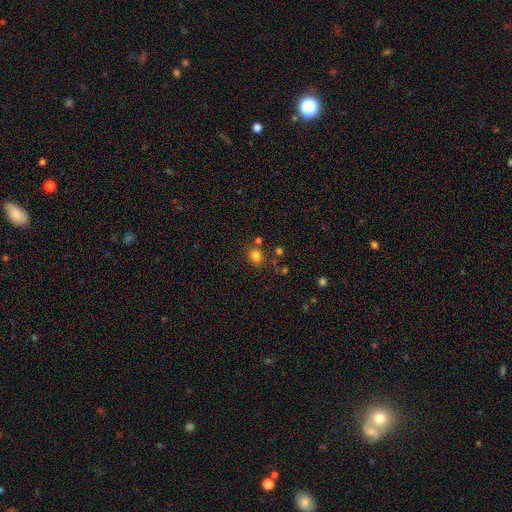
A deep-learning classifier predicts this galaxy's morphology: Smooth or featured: smooth — 80% (star or artifact — 14%)
How rounded: round — 68% (in between — 31%)
Merging: none — 75% (minor disturbance — 11%)